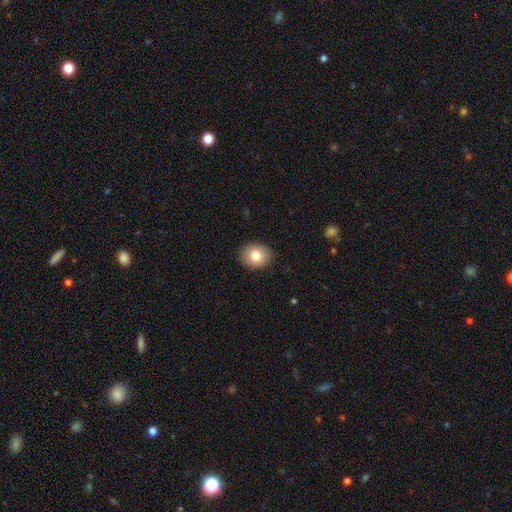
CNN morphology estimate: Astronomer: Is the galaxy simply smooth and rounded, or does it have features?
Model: smooth — 82%.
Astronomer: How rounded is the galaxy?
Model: round — 59% (runner-up: in between, 41%).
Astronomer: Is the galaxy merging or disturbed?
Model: none — 90%.